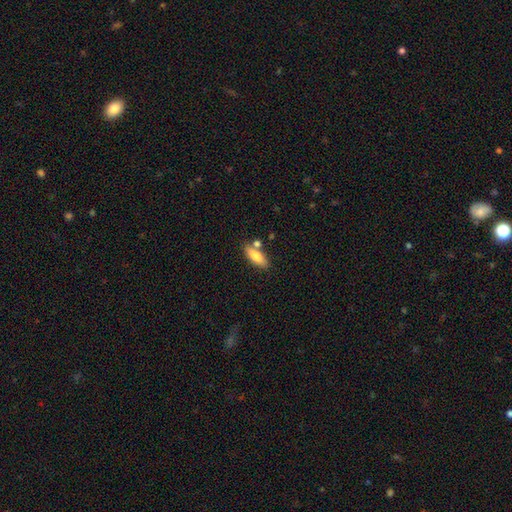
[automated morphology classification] type=smooth (78%); roundness=in between (65%); merging=none (72%).